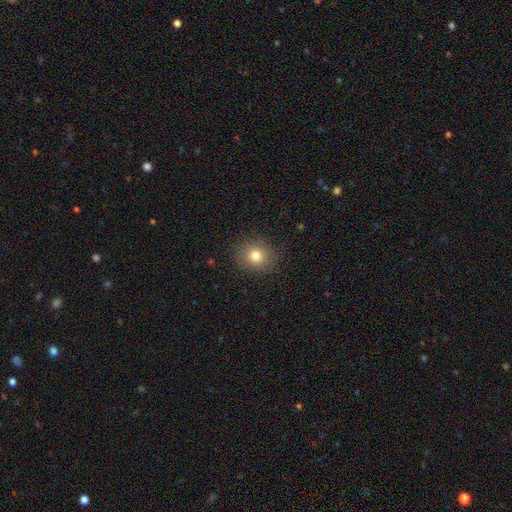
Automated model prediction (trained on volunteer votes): This appears to be a smooth galaxy with no disk features (78%) that is round (78%). Merging: none (87%).